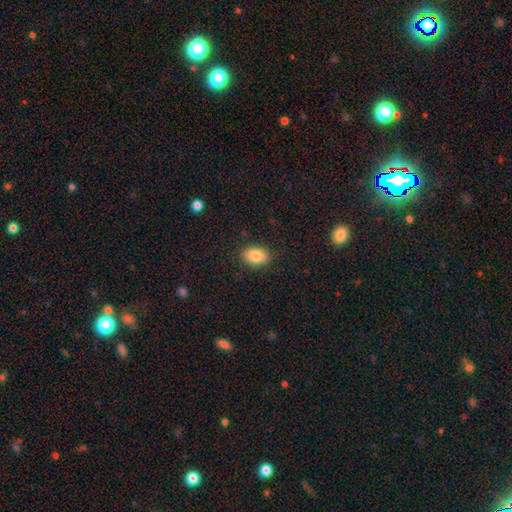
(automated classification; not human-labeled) Q: Smooth or featured?
A: smooth (85%); runner-up: star or artifact (8%)
Q: How rounded?
A: in between (83%); runner-up: round (16%)
Q: Merging?
A: none (88%); runner-up: minor disturbance (9%)